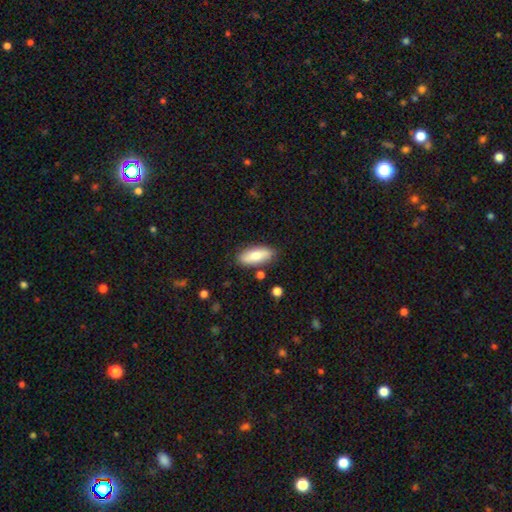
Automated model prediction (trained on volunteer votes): Smooth or featured?
  - smooth: 77% *
  - featured or disk: 17%
  - star or artifact: 6%
How rounded?
  - in between: 79% *
  - cigar-shaped: 19%
  - round: 2%
Merging?
  - none: 84% *
  - minor disturbance: 11%
  - merger: 3%
  - major disturbance: 2%